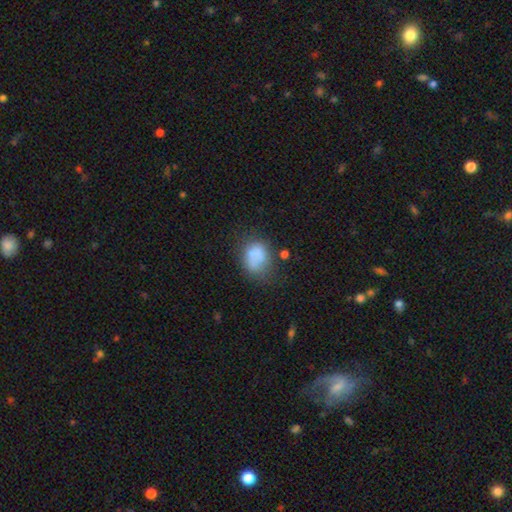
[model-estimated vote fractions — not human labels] Q: Smooth or featured?
A: smooth (69%); runner-up: featured or disk (20%)
Q: How rounded?
A: in between (61%); runner-up: round (38%)
Q: Merging?
A: none (42%); runner-up: minor disturbance (26%)